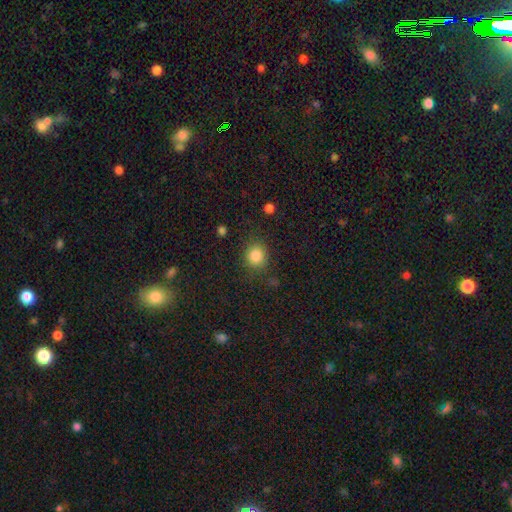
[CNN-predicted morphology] smooth_or_featured: smooth (p=0.84) [alt: star or artifact p=0.11]
how_rounded: round (p=0.84) [alt: in between p=0.15]
merging: none (p=0.83) [alt: minor disturbance p=0.11]